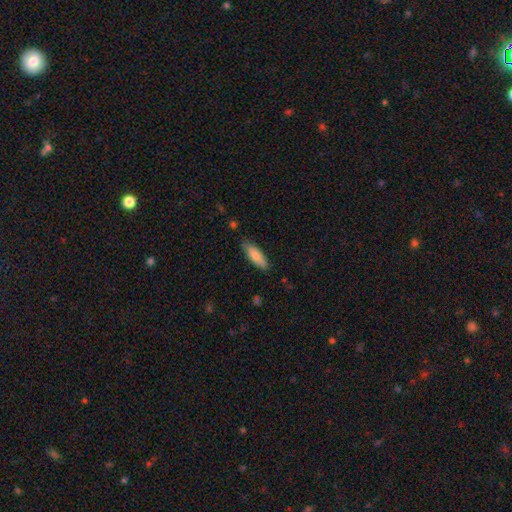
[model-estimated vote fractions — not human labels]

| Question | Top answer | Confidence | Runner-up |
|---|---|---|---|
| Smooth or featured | smooth | 81% | featured or disk (14%) |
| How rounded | in between | 53% | cigar-shaped (46%) |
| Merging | none | 82% | minor disturbance (14%) |